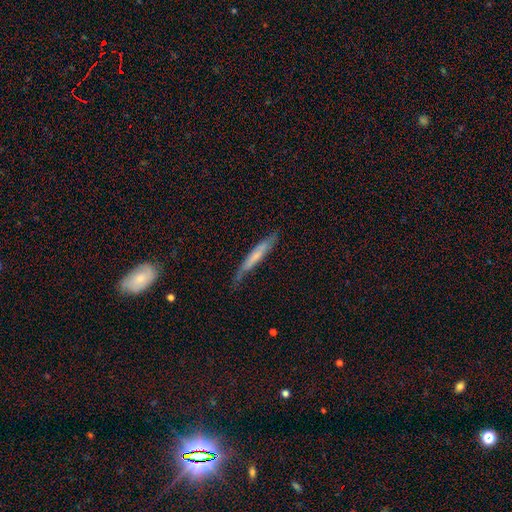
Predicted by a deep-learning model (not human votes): A smooth galaxy with no disk features (55%) that is cigar-shaped (94%). Merging: none (64%).